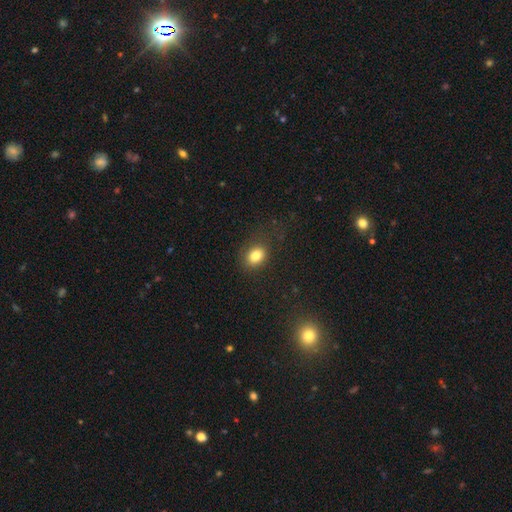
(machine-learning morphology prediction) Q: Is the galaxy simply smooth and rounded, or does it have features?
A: smooth — 82%.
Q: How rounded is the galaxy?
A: in between — 61%.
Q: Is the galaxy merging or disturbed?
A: none — 78%.